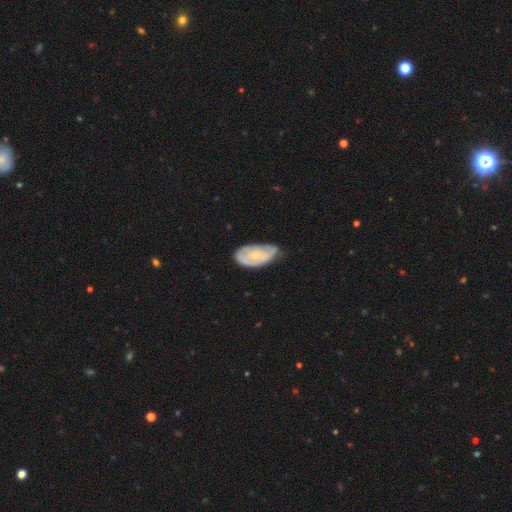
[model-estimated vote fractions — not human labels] Smooth or featured? featured or disk (54%)
Edge-on disk? no (93%)
Bar? no (82%)
Spiral arms? yes (57%)
Bulge size? small (67%)
Merging? none (48%)